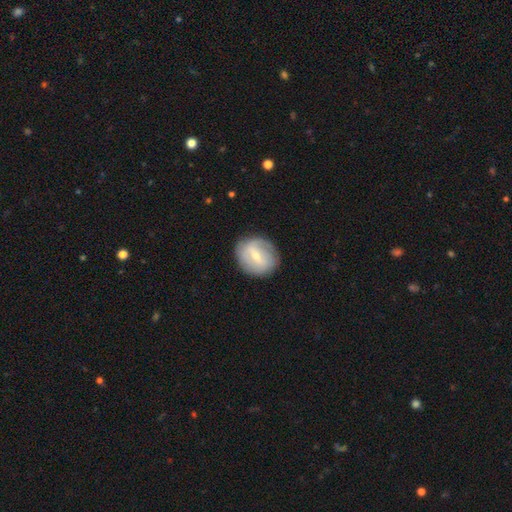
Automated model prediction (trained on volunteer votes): Overall: featured or disk (60%; smooth 33%). Edge-on disk: no (95%). Bar: weak (51%; strong 32%). Spiral arms: yes (69%; no 31%). Bulge size: small (54%; moderate 42%). Merging: none (80%).